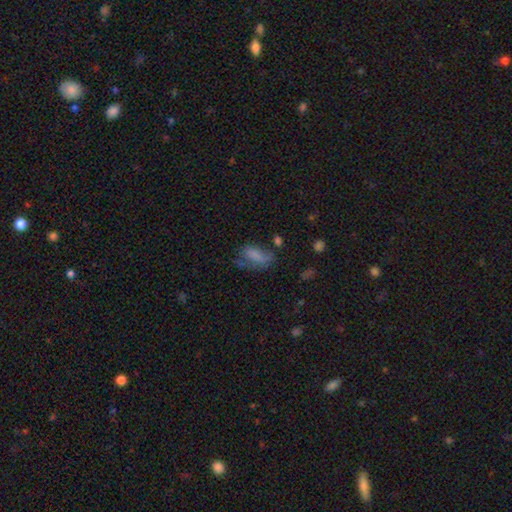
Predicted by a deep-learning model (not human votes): smooth-or-featured: smooth: 69% | featured or disk: 19% | star or artifact: 12%
  how-rounded: in between: 85% | cigar-shaped: 10% | round: 5%
  merging: none: 37% | minor disturbance: 28% | major disturbance: 27% | merger: 8%